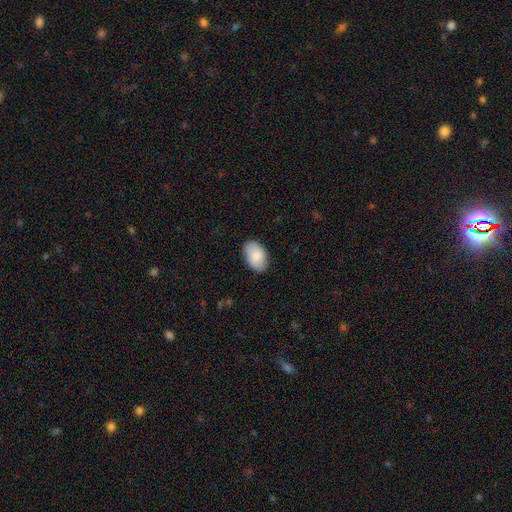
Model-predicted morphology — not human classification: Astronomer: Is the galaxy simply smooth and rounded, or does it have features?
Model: smooth — 87%.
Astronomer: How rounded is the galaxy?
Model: in between — 92%.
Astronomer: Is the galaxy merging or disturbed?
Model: none — 85%.